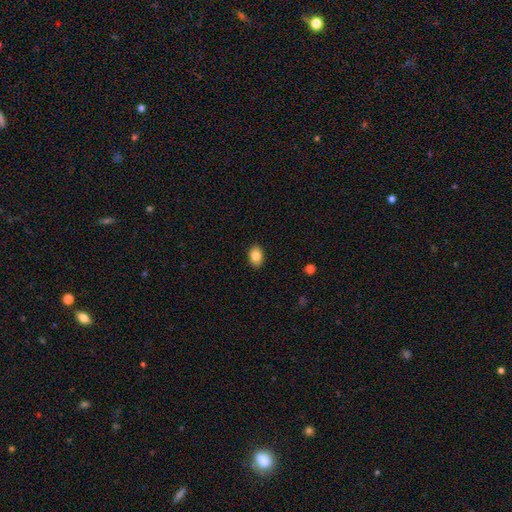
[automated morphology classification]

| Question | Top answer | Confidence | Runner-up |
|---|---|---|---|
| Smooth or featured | smooth | 84% | star or artifact (8%) |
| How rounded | in between | 82% | round (17%) |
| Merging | none | 90% | minor disturbance (8%) |